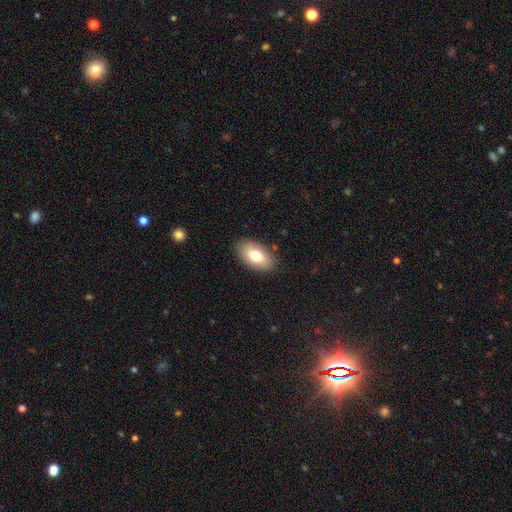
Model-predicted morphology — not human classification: This is likely a smooth galaxy (75%). How rounded: clearly in between (93%). Merging: clearly none (86%).